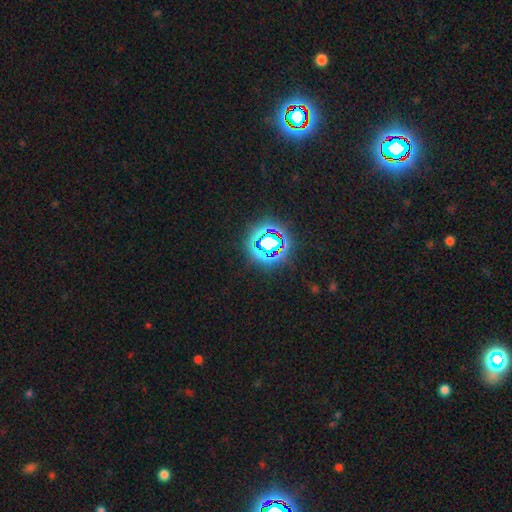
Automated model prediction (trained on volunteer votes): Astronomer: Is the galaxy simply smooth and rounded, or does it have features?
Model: star or artifact — 78%.